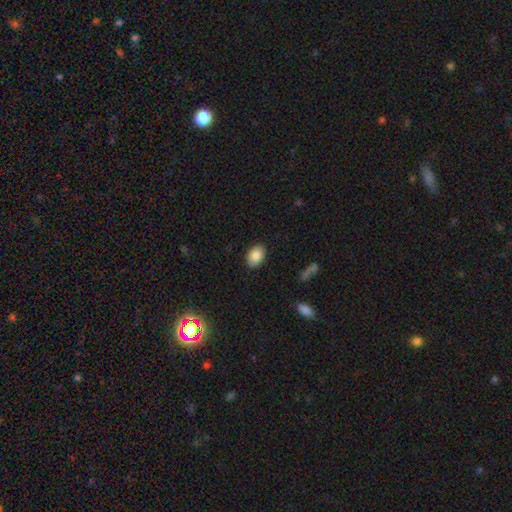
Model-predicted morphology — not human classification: smooth 86%, star or artifact 7%, featured or disk 7%. Down the decision tree: how rounded — in between (84%); merging — none (89%).